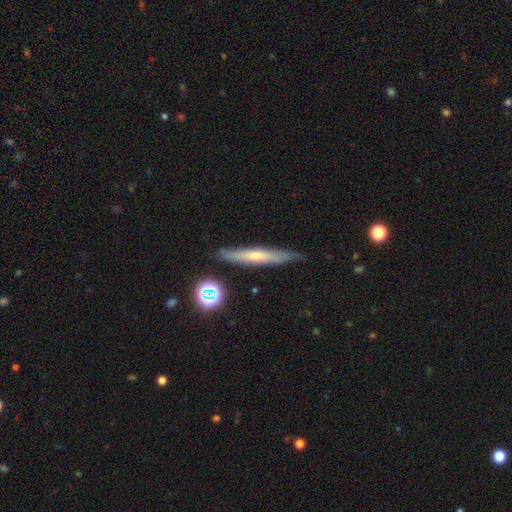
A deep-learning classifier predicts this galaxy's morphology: Smooth or featured: featured or disk — 50% (smooth — 42%)
Edge-on disk: yes — 91% (no — 9%)
Merging: none — 84% (minor disturbance — 12%)